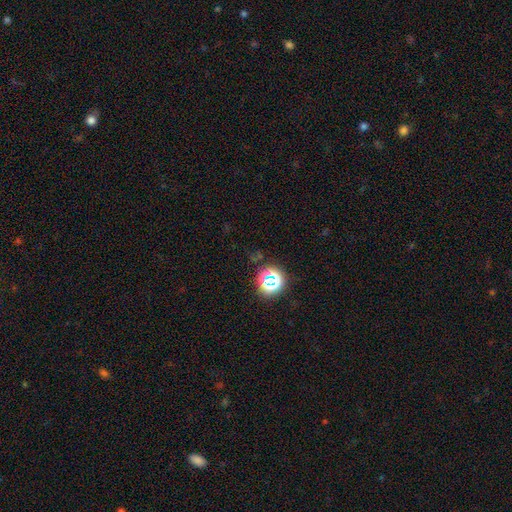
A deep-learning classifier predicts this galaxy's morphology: This appears to be a star or artifact, not a galaxy (64%).